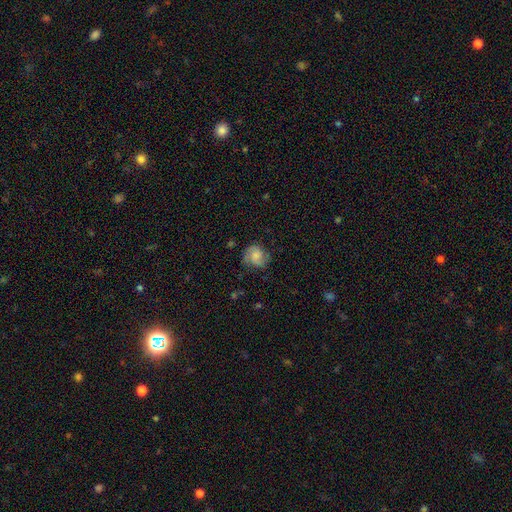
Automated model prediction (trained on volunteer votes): Smooth or featured?
  - featured or disk: 58% *
  - smooth: 33%
  - star or artifact: 8%
Edge-on disk?
  - no: 98% *
  - yes: 2%
Bar?
  - no: 65% *
  - weak: 30%
  - strong: 5%
Spiral arms?
  - yes: 91% *
  - no: 9%
Spiral winding?
  - medium: 46% *
  - tight: 35%
  - loose: 20%
Spiral arm count?
  - 2: 73% *
  - can't tell: 11%
  - 3: 7%
  - 1: 5%
  - 4: 2%
  - more than 4: 2%
Bulge size?
  - small: 35% *
  - moderate: 30%
  - none: 24%
  - large: 9%
  - dominant: 2%
Merging?
  - none: 67% *
  - minor disturbance: 22%
  - major disturbance: 10%
  - merger: 1%